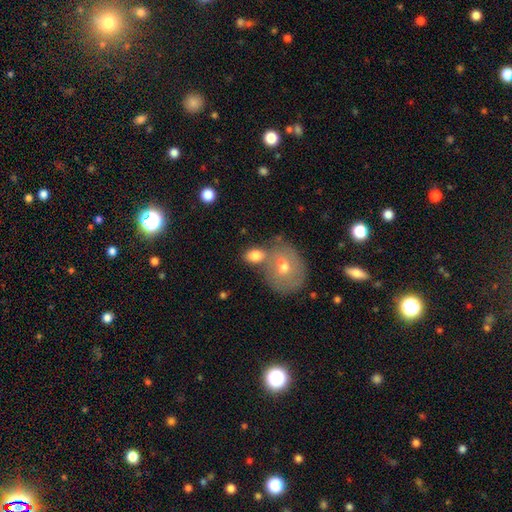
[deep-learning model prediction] Q: Smooth or featured?
A: smooth (76%); runner-up: featured or disk (17%)
Q: How rounded?
A: in between (75%); runner-up: round (23%)
Q: Merging?
A: merger (42%); runner-up: none (40%)